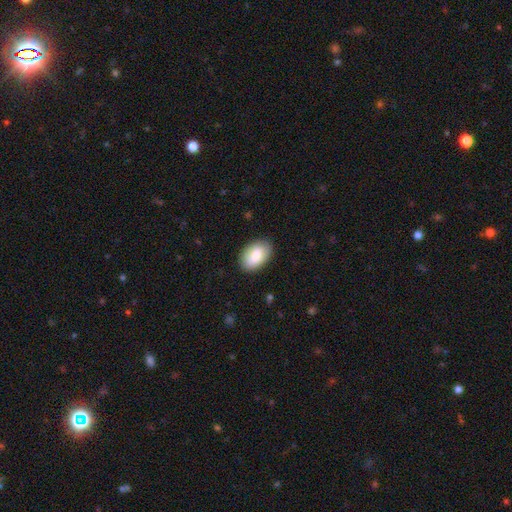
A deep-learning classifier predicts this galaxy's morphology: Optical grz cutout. It shows a smooth galaxy with no disk features (82%) that is in between round and cigar-shaped (92%). Merging: none (86%).